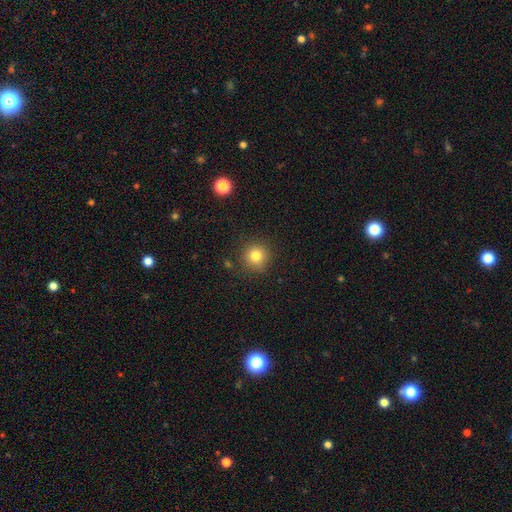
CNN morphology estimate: Smooth or featured: smooth — 81% (star or artifact — 12%)
How rounded: round — 94% (in between — 5%)
Merging: none — 87% (minor disturbance — 8%)